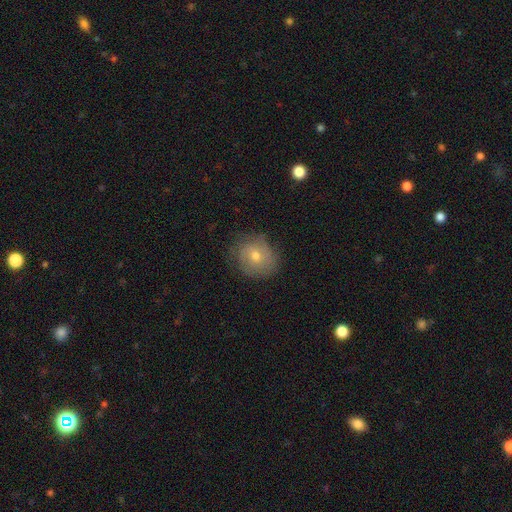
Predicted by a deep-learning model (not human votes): The model was most divided on "smooth or featured": smooth: 56%, featured or disk: 33%, star or artifact: 12%. More confident: how rounded — round (77%); merging — none (74%).